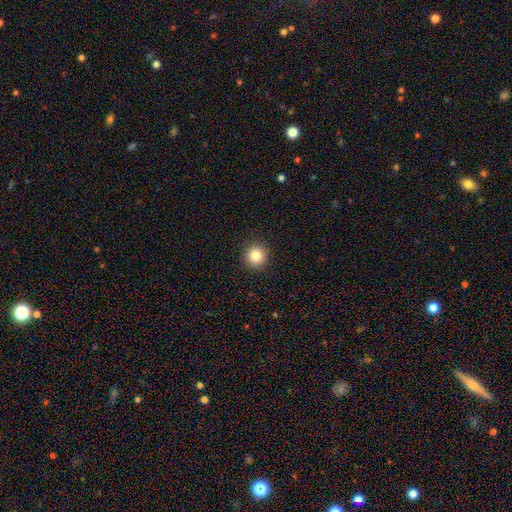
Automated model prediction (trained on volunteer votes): A smooth galaxy with no disk features (84%) that is round (94%). Merging: none (92%).